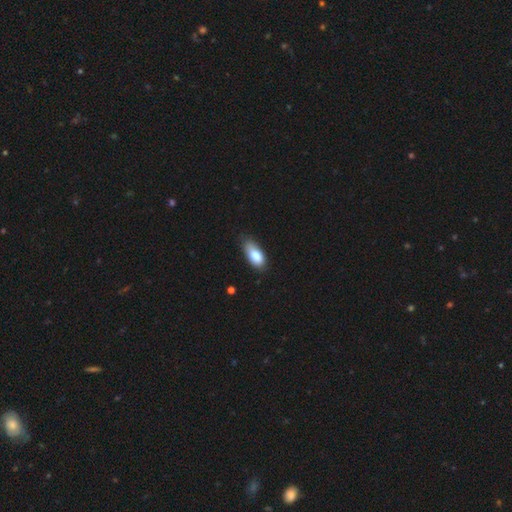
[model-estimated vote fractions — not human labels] Smooth or featured?
  - smooth: 81% *
  - featured or disk: 12%
  - star or artifact: 7%
How rounded?
  - in between: 87% *
  - cigar-shaped: 10%
  - round: 3%
Merging?
  - none: 64% *
  - minor disturbance: 29%
  - major disturbance: 5%
  - merger: 2%